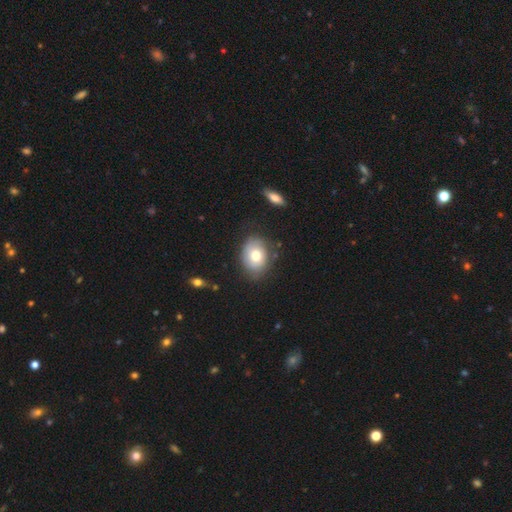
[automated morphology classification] Q: Smooth or featured?
A: smooth (74%); runner-up: featured or disk (19%)
Q: How rounded?
A: in between (69%); runner-up: round (30%)
Q: Merging?
A: none (76%); runner-up: minor disturbance (17%)